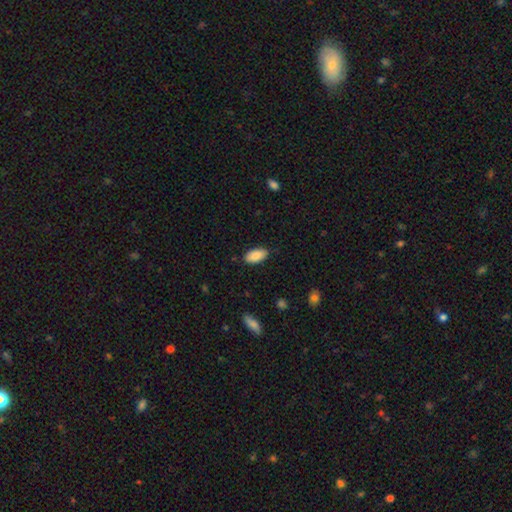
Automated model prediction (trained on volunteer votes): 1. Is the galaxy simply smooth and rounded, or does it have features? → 86% smooth, 7% featured or disk, 7% star or artifact.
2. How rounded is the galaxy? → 94% in between, 4% cigar-shaped, 2% round.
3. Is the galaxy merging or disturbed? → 84% none, 13% minor disturbance, 2% major disturbance, 1% merger.